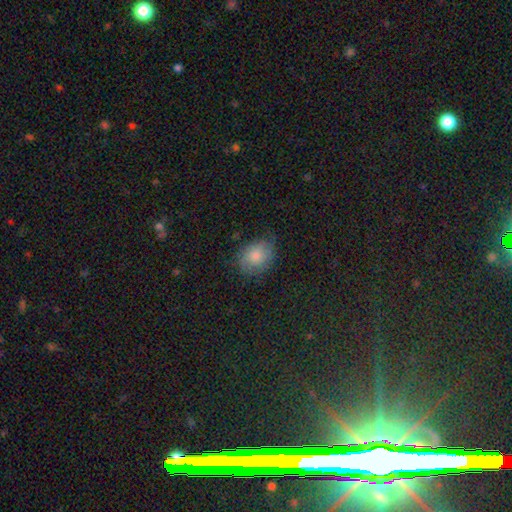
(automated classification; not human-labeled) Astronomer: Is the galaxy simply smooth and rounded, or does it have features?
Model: smooth — 78%.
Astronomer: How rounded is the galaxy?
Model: in between — 62% (runner-up: round, 37%).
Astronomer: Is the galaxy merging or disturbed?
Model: none — 67%.